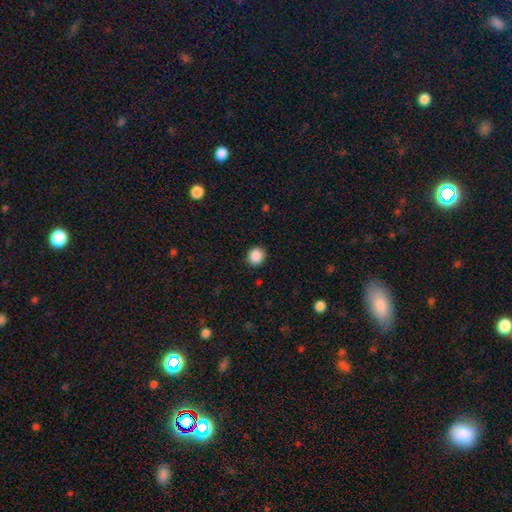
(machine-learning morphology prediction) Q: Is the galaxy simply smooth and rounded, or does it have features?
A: smooth — 88%.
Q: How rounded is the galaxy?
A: round — 75%.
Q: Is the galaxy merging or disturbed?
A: none — 89%.